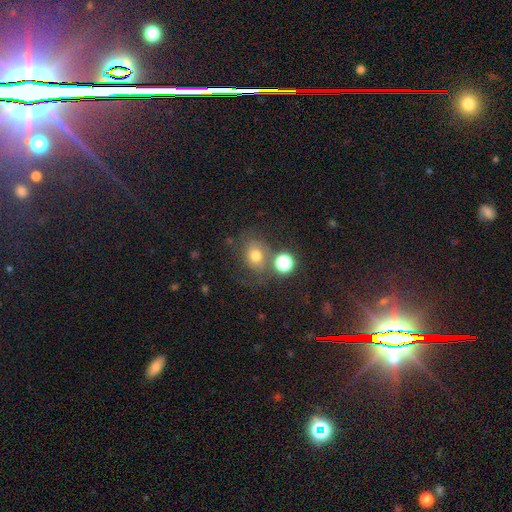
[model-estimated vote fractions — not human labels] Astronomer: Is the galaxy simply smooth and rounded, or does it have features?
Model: smooth — 67%.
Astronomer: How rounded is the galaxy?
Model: round — 61% (runner-up: in between, 38%).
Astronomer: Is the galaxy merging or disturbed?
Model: none — 57%.